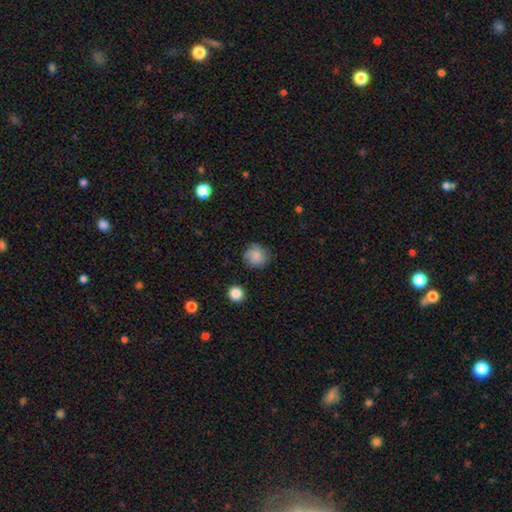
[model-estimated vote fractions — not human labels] smooth_or_featured: smooth (p=0.82) [alt: star or artifact p=0.09]
how_rounded: round (p=0.87) [alt: in between p=0.12]
merging: none (p=0.75) [alt: minor disturbance p=0.18]